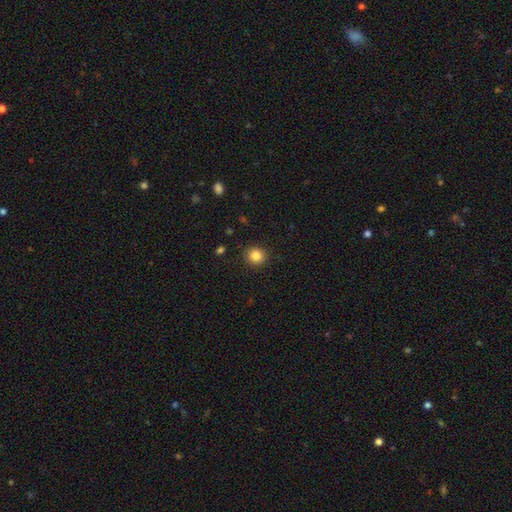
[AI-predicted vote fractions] smooth-or-featured: smooth: 84% | star or artifact: 11% | featured or disk: 5%
  how-rounded: round: 87% | in between: 12% | cigar-shaped: 1%
  merging: none: 91% | minor disturbance: 6% | major disturbance: 2% | merger: 1%